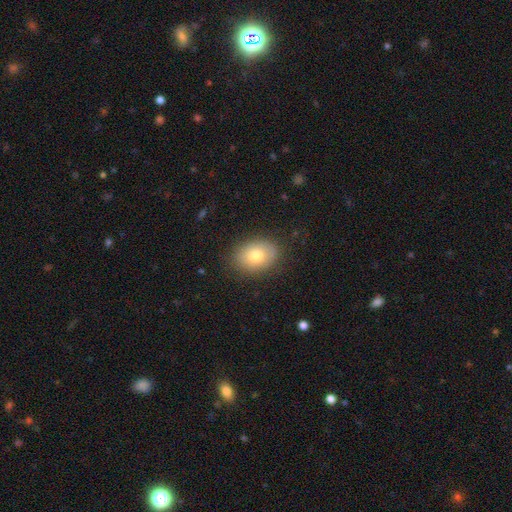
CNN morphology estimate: smooth 76%, featured or disk 15%, star or artifact 9%. Down the decision tree: how rounded — in between (72%); merging — none (83%).